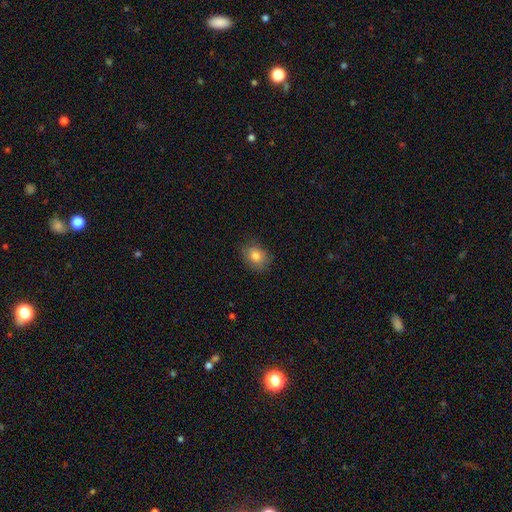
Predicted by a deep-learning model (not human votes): This is clearly a smooth galaxy (82%). How rounded: possibly in between (53%). Merging: clearly none (80%).